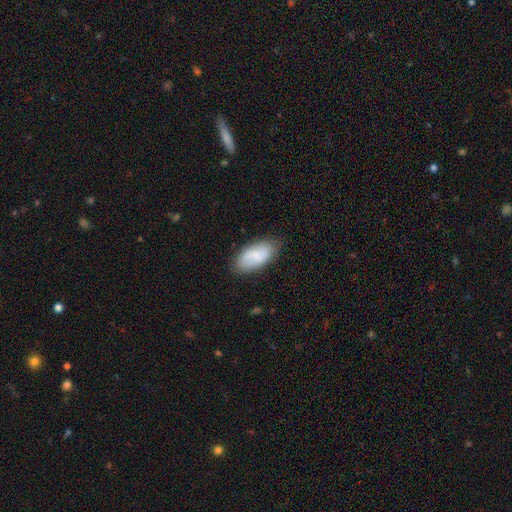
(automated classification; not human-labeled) Smooth or featured? Predicted: smooth (p=0.74). How rounded? Predicted: in between (p=0.93). Merging? Predicted: none (p=0.81).